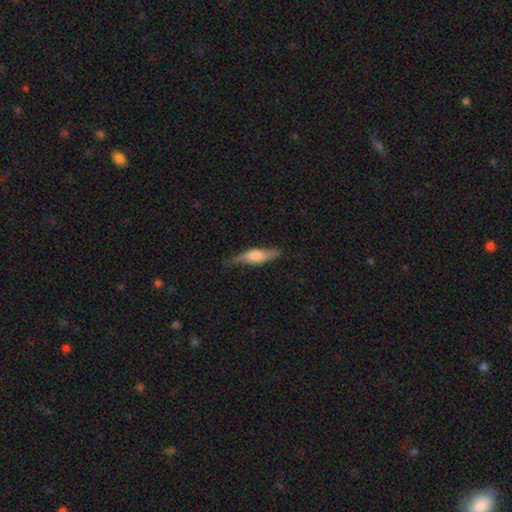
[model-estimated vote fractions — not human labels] The model was most divided on "smooth or featured": smooth: 56%, featured or disk: 38%, star or artifact: 6%. More confident: merging — none (70%); how rounded — cigar-shaped (69%).